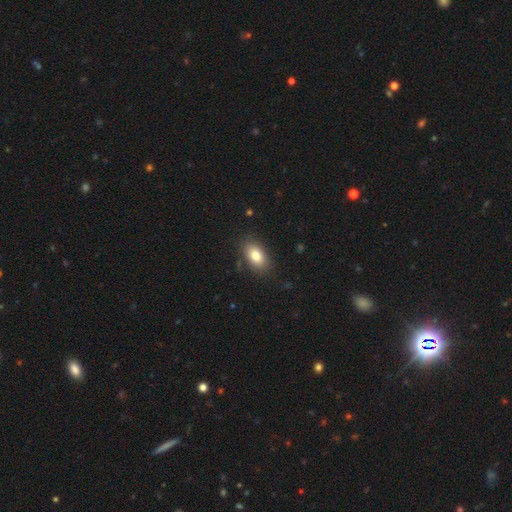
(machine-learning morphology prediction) A smooth galaxy with no disk features (80%) that is in between round and cigar-shaped (89%).

Vote fractions:
- Smooth or featured? smooth: 80% / featured or disk: 11% / star or artifact: 9%
- How rounded? in between: 89% / round: 9% / cigar-shaped: 2%
- Merging? none: 85% / minor disturbance: 10% / major disturbance: 3% / merger: 1%